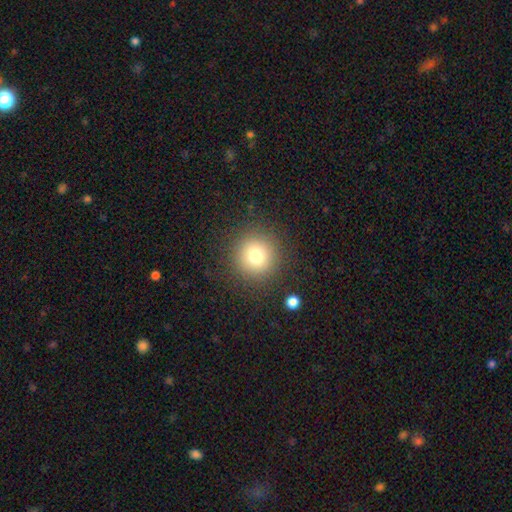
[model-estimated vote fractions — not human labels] smooth 76%, star or artifact 14%, featured or disk 10%. Down the decision tree: how rounded — round (95%); merging — none (88%).